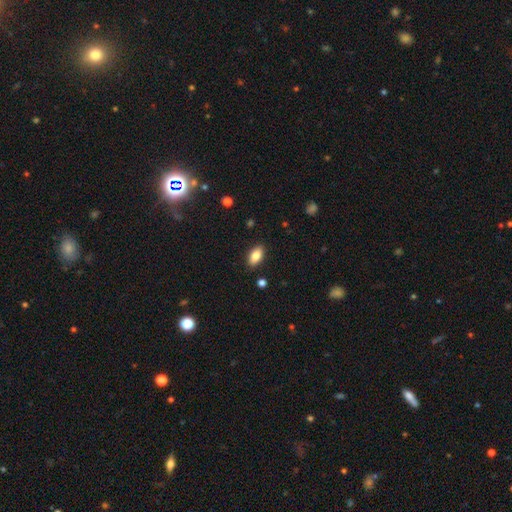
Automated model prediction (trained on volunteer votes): Smooth or featured? smooth (84%)
How rounded? in between (92%)
Merging? none (88%)